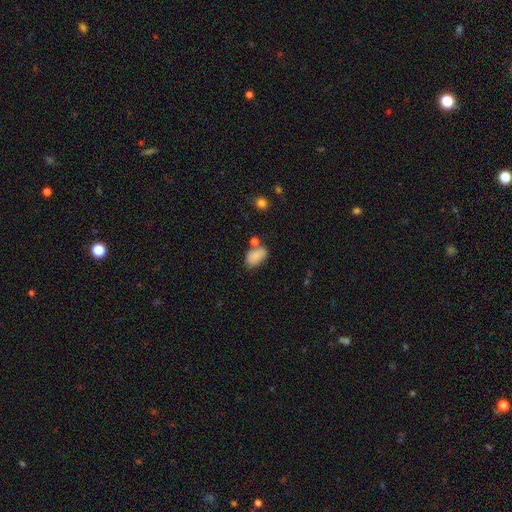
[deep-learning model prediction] Smooth or featured: smooth — 83% (featured or disk — 9%)
How rounded: in between — 91% (round — 7%)
Merging: none — 55% (minor disturbance — 20%)